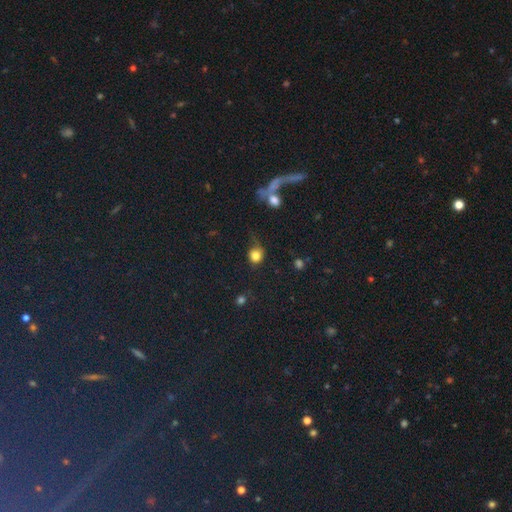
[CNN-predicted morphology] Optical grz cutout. It shows a smooth galaxy with no disk features (80%) that is round (79%). Merging: none (51%).